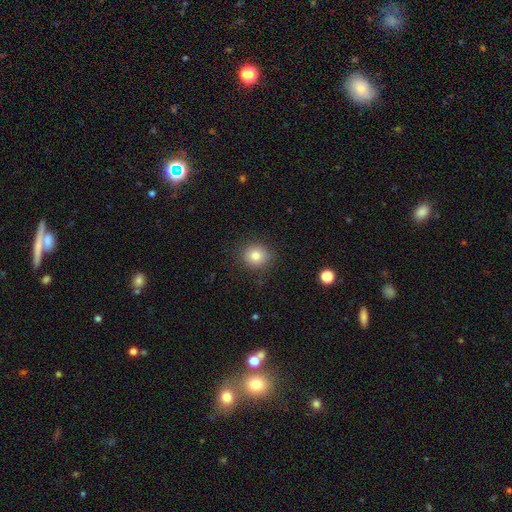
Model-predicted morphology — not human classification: Overall: smooth (80%). How rounded: round (85%). Merging: none (88%).